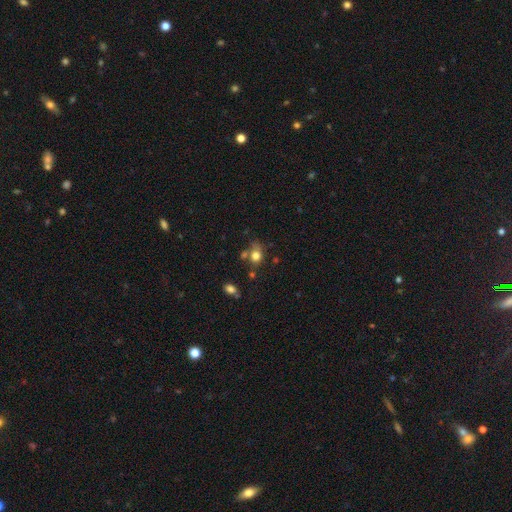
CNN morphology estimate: A smooth galaxy with no disk features (77%) that is round (54%). Merging: none (52%).